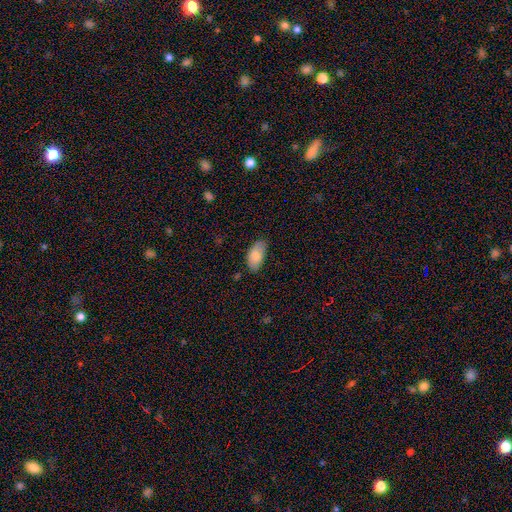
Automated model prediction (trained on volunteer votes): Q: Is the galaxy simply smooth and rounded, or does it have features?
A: smooth — 84%.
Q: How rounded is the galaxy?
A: in between — 94%.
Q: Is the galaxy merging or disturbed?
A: none — 75%.